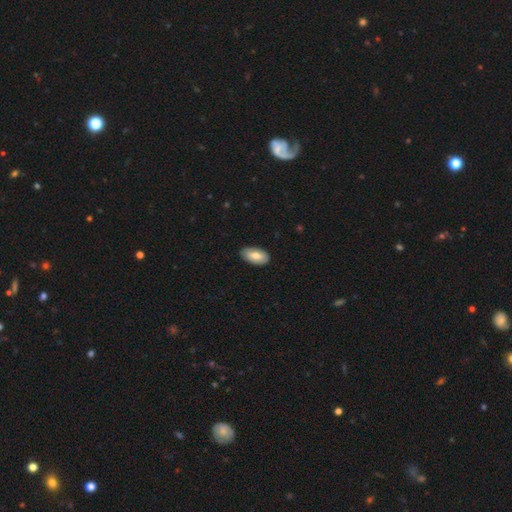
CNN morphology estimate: Smooth or featured?
  - smooth: 73% *
  - featured or disk: 21%
  - star or artifact: 6%
How rounded?
  - in between: 94% *
  - round: 3%
  - cigar-shaped: 3%
Merging?
  - none: 86% *
  - minor disturbance: 12%
  - major disturbance: 2%
  - merger: 1%